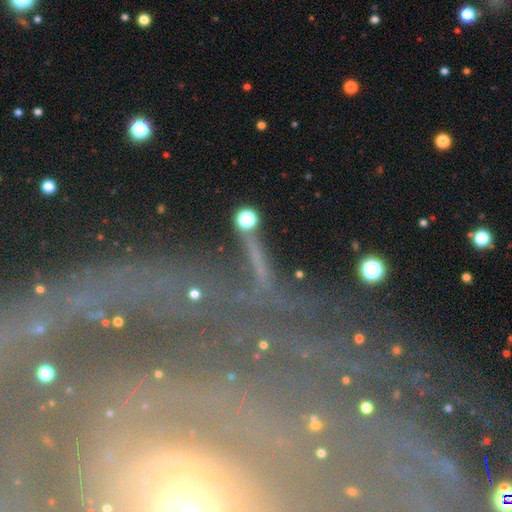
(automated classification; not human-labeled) A star or artifact, not a galaxy (41%).

Vote fractions:
- Smooth or featured? star or artifact: 41% / featured or disk: 39% / smooth: 20%